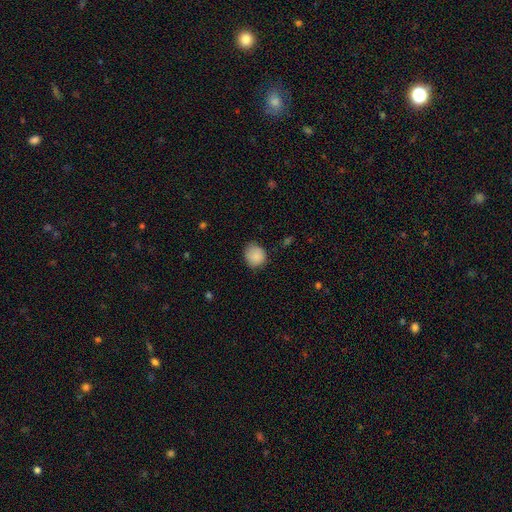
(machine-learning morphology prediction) Smooth or featured? smooth (86%)
How rounded? round (76%)
Merging? none (72%)